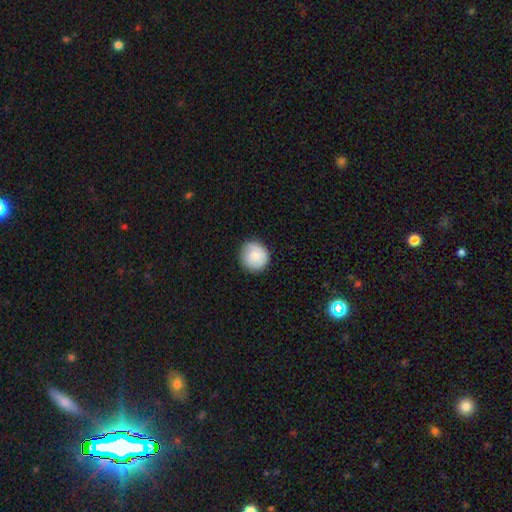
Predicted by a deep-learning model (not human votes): Overall: smooth (79%). How rounded: round (92%). Merging: none (85%).